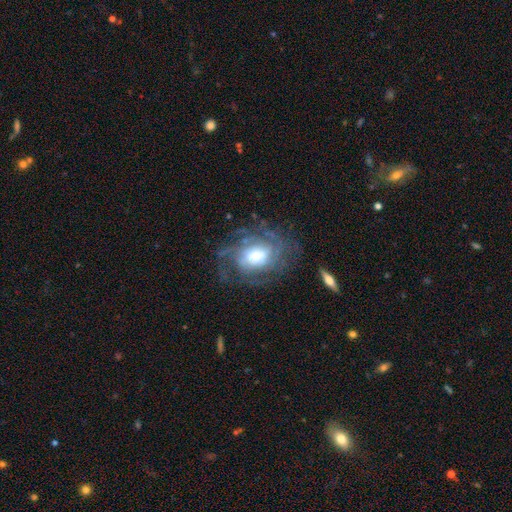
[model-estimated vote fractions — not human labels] Smooth or featured? featured or disk (79%)
Edge-on disk? no (96%)
Bar? no (57%)
Spiral arms? yes (91%)
Spiral winding? tight (52%)
Spiral arm count? can't tell (42%)
Bulge size? large (44%)
Merging? none (66%)